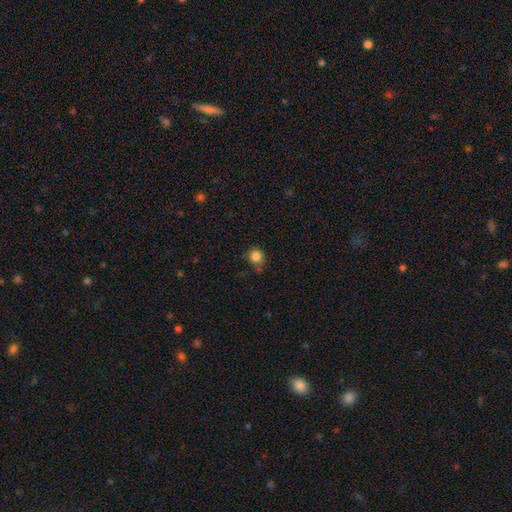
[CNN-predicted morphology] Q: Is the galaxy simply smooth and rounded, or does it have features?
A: smooth — 83%.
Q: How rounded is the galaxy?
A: round — 89%.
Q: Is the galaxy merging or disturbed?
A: none — 70%.